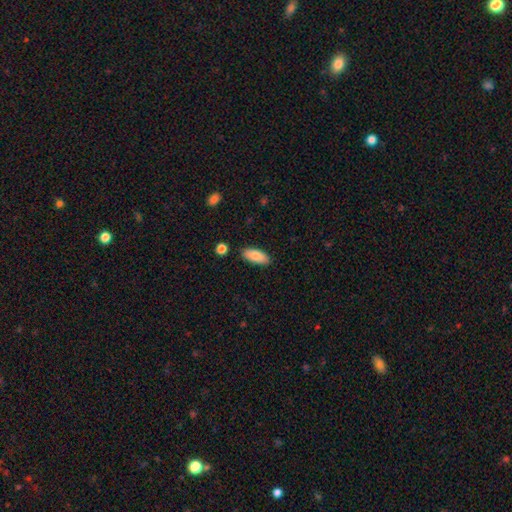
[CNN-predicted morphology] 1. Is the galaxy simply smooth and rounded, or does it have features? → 85% smooth, 9% featured or disk, 6% star or artifact.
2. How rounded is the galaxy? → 81% in between, 17% cigar-shaped, 2% round.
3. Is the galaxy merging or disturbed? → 87% none, 9% minor disturbance, 2% major disturbance, 2% merger.